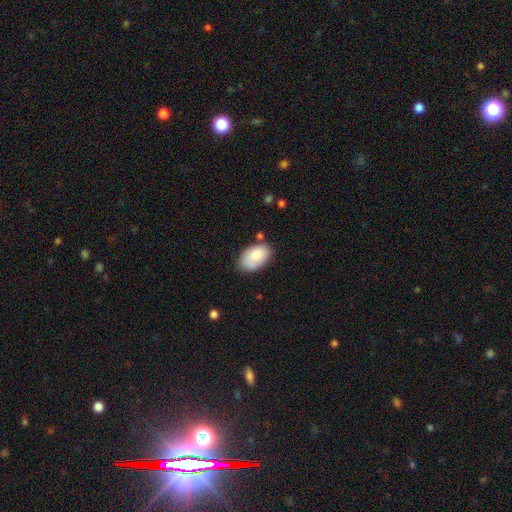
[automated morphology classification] type=smooth (80%); roundness=in between (92%); merging=none (69%).